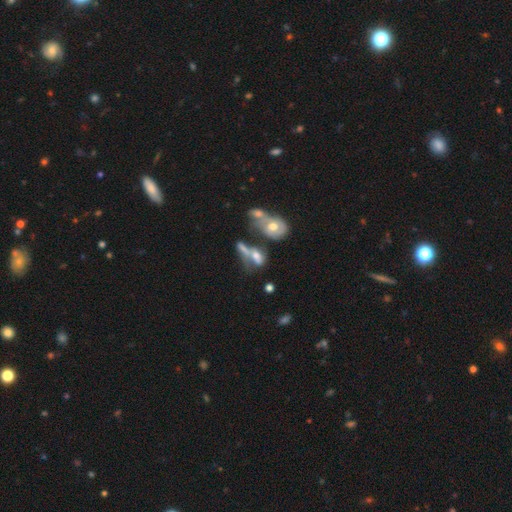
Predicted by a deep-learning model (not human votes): Smooth or featured?
  - featured or disk: 46% *
  - smooth: 42%
  - star or artifact: 12%
Merging?
  - merger: 58% *
  - major disturbance: 17%
  - none: 15%
  - minor disturbance: 10%